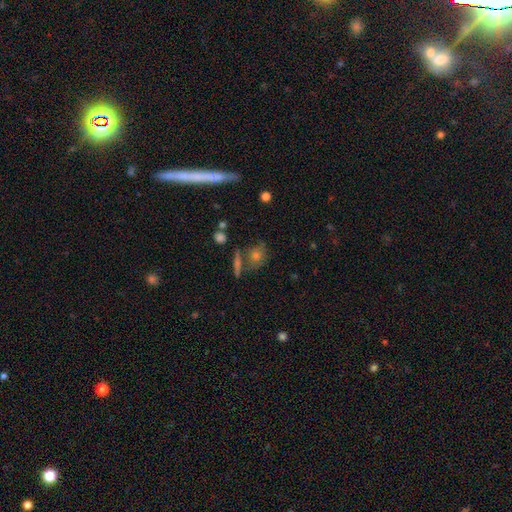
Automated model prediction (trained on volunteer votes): Overall: smooth (50%; featured or disk 30%). Merging: none (66%).